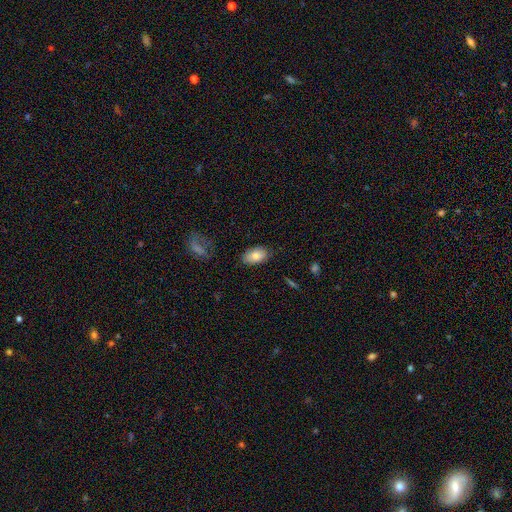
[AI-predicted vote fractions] This is clearly a smooth galaxy (81%). How rounded: clearly in between (92%). Merging: clearly none (82%).